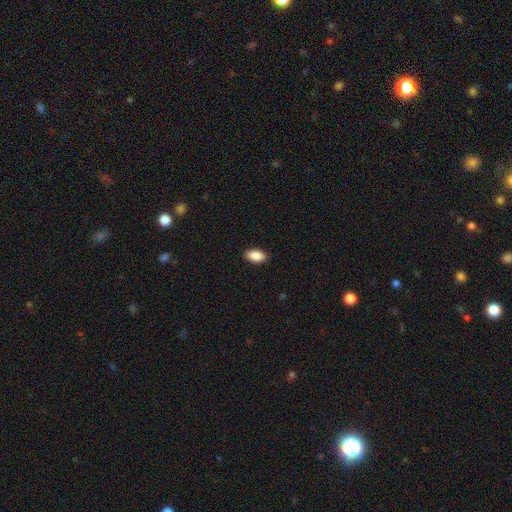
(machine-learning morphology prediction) A smooth galaxy with no disk features (89%) that is in between round and cigar-shaped (93%).

Vote fractions:
- Smooth or featured? smooth: 89% / star or artifact: 7% / featured or disk: 4%
- How rounded? in between: 93% / round: 4% / cigar-shaped: 3%
- Merging? none: 89% / minor disturbance: 8% / major disturbance: 2% / merger: 1%